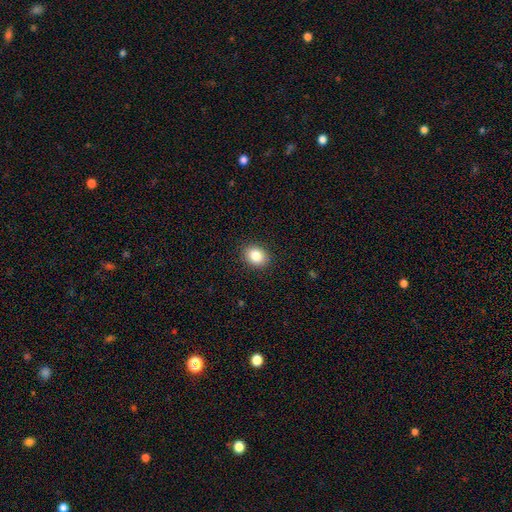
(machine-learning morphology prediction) smooth-or-featured: smooth: 85% | star or artifact: 9% | featured or disk: 6%
  how-rounded: in between: 53% | round: 46% | cigar-shaped: 1%
  merging: none: 89% | minor disturbance: 7% | major disturbance: 2% | merger: 1%